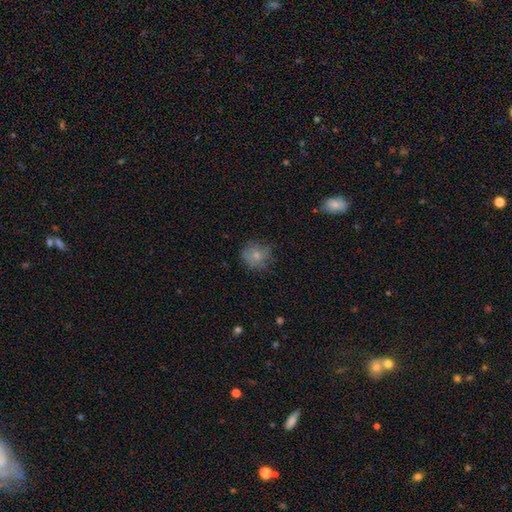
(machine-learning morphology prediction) Smooth or featured: smooth — 74% (featured or disk — 15%)
How rounded: round — 84% (in between — 15%)
Merging: none — 70% (minor disturbance — 21%)